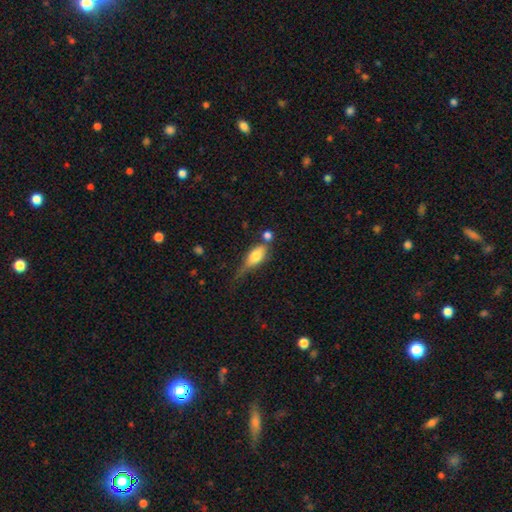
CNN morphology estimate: A smooth galaxy with no disk features (67%) that is in between round and cigar-shaped (76%).

Vote fractions:
- Smooth or featured? smooth: 67% / featured or disk: 25% / star or artifact: 8%
- How rounded? in between: 76% / cigar-shaped: 19% / round: 5%
- Merging? none: 36% / minor disturbance: 27% / merger: 21% / major disturbance: 16%